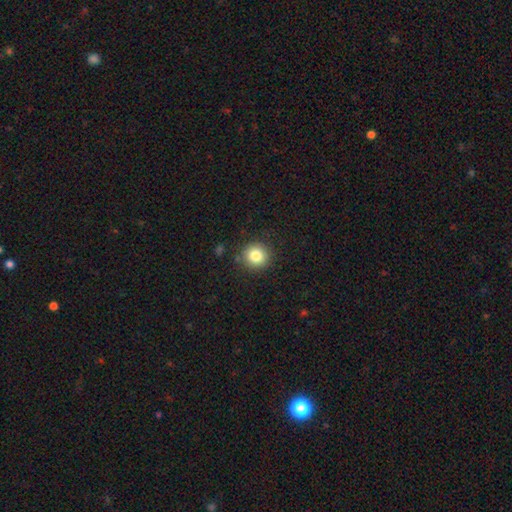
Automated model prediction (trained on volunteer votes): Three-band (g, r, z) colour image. It shows a smooth galaxy with no disk features (82%) that is round (92%). Merging: none (89%).